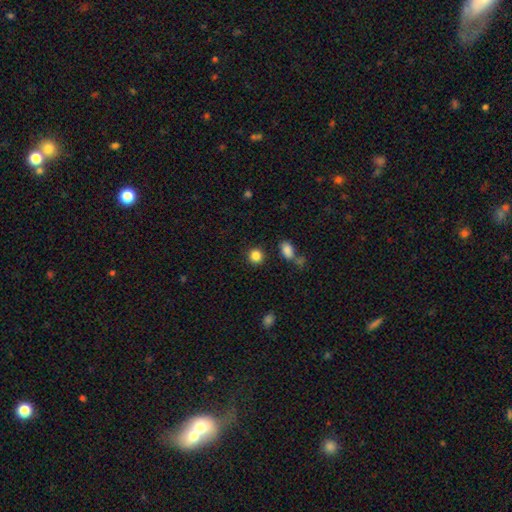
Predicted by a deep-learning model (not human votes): smooth 86%, star or artifact 10%, featured or disk 4%. Down the decision tree: how rounded — round (90%); merging — none (88%).